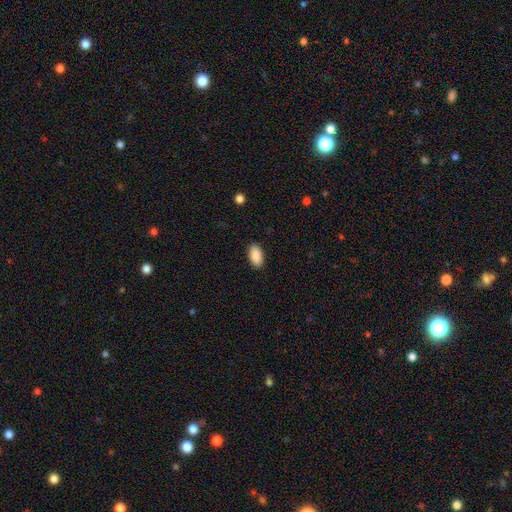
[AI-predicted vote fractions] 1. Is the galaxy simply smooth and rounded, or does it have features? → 90% smooth, 6% star or artifact, 4% featured or disk.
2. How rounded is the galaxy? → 95% in between, 3% round, 2% cigar-shaped.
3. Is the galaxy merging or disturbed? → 89% none, 8% minor disturbance, 2% major disturbance, 1% merger.